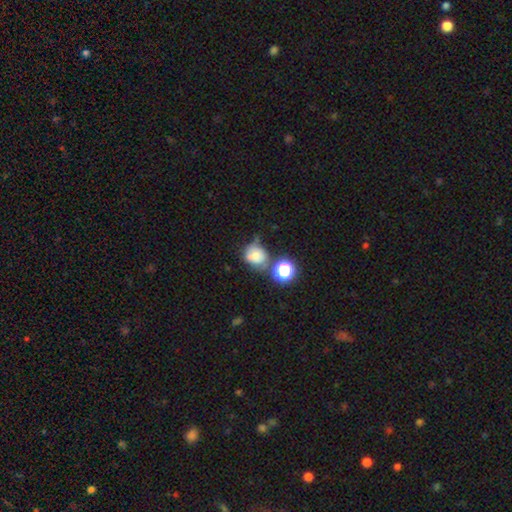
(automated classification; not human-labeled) A smooth galaxy with no disk features (64%) that is round (68%).

Vote fractions:
- Smooth or featured? smooth: 64% / featured or disk: 21% / star or artifact: 15%
- How rounded? round: 68% / in between: 31% / cigar-shaped: 1%
- Merging? none: 46% / minor disturbance: 24% / merger: 20% / major disturbance: 11%